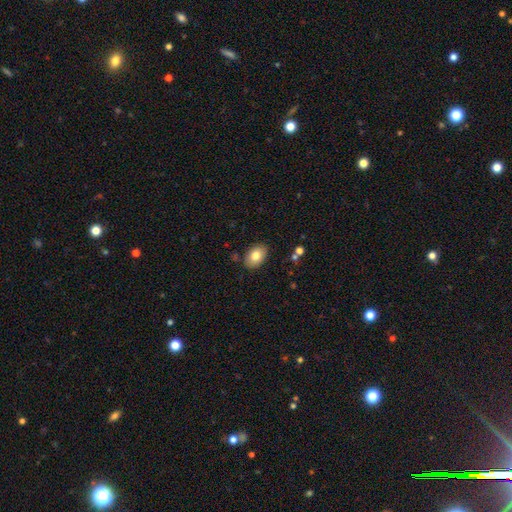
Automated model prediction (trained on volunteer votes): smooth 80%, featured or disk 13%, star or artifact 8%. Down the decision tree: how rounded — in between (84%); merging — none (86%).